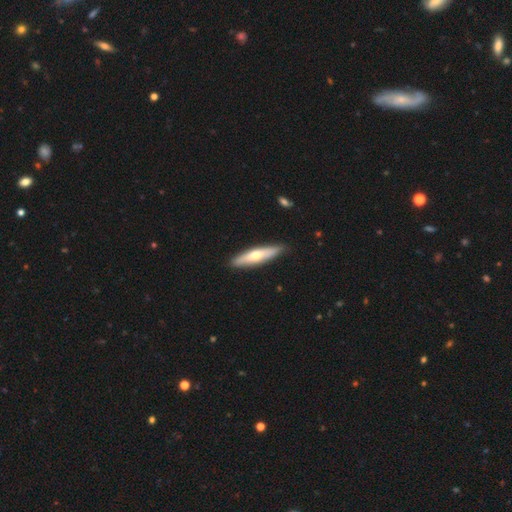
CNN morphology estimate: Smooth or featured: smooth — 49% (featured or disk — 46%)
Merging: none — 88% (minor disturbance — 9%)